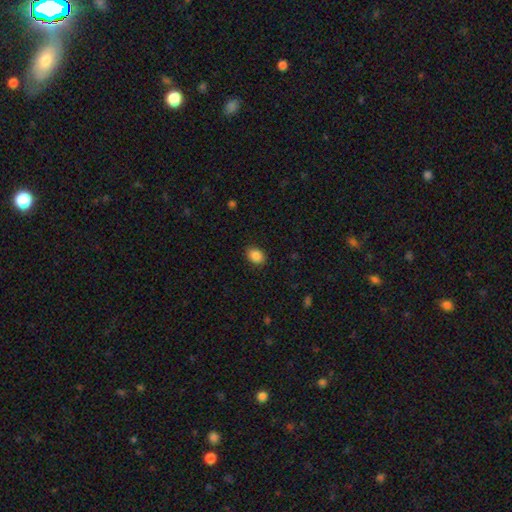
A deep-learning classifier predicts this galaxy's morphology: Smooth or featured? Predicted: smooth (p=0.87). How rounded? Predicted: in between (p=0.67). Merging? Predicted: none (p=0.89).